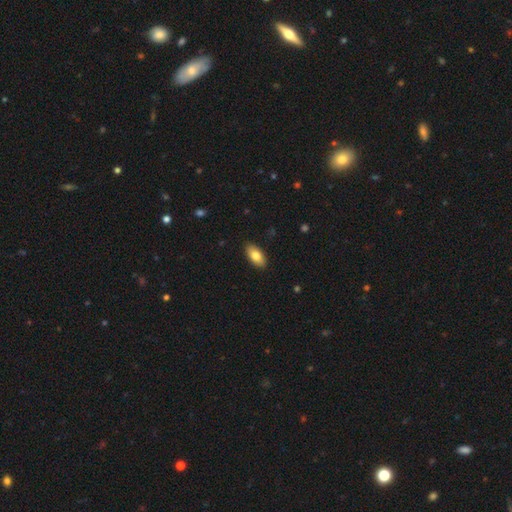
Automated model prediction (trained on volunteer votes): Smooth or featured? Predicted: smooth (p=0.81). How rounded? Predicted: in between (p=0.92). Merging? Predicted: none (p=0.90).